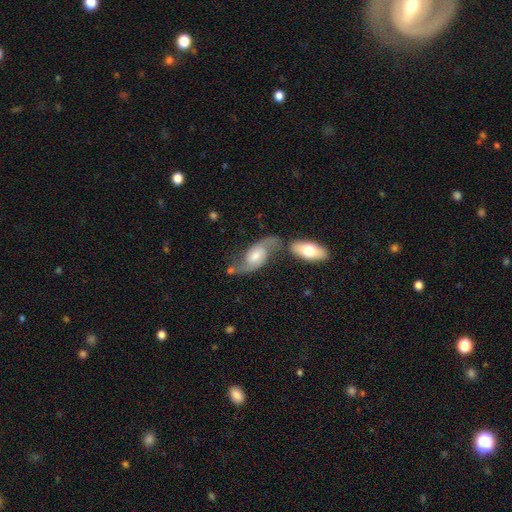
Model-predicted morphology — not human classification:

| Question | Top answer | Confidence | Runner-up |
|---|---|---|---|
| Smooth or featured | featured or disk | 76% | smooth (17%) |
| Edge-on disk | no | 93% | yes (7%) |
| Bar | no | 55% | weak (35%) |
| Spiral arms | yes | 93% | no (7%) |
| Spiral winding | loose | 58% | medium (33%) |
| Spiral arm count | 2 | 91% | can't tell (4%) |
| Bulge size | moderate | 52% | small (23%) |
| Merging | none | 46% | merger (28%) |